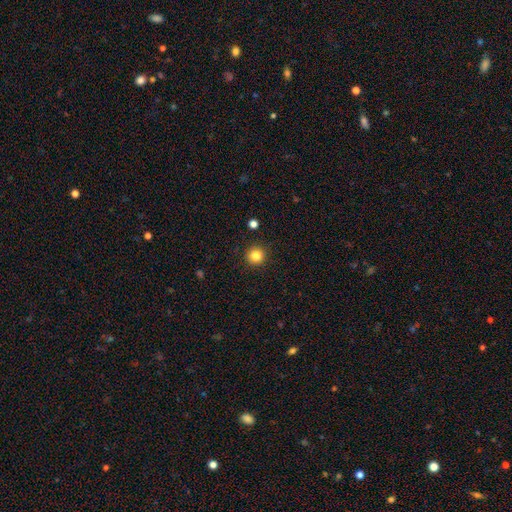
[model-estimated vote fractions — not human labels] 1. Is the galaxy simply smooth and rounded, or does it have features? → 83% smooth, 12% star or artifact, 5% featured or disk.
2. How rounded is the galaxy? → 94% round, 5% in between, 1% cigar-shaped.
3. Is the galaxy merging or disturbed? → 91% none, 5% minor disturbance, 2% major disturbance, 1% merger.